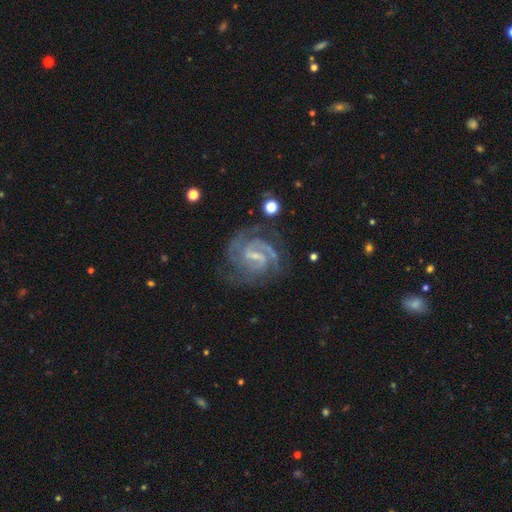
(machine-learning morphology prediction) Smooth or featured: featured or disk — 91% (star or artifact — 5%)
Edge-on disk: no — 98% (yes — 2%)
Bar: weak — 52% (strong — 35%)
Spiral arms: yes — 98% (no — 2%)
Spiral winding: tight — 52% (medium — 42%)
Spiral arm count: 2 — 51% (3 — 25%)
Bulge size: small — 62% (moderate — 18%)
Merging: none — 73% (minor disturbance — 16%)